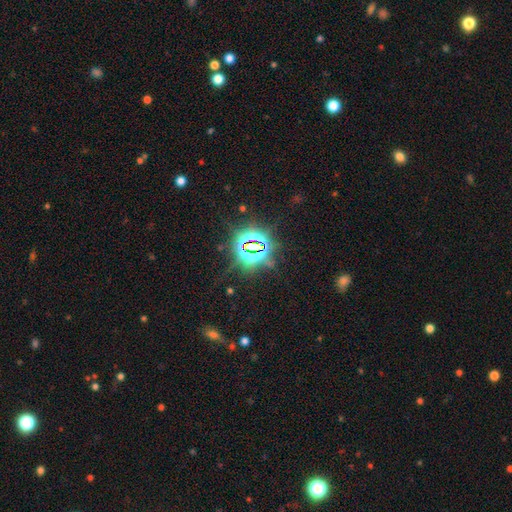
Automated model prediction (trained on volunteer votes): Morphology: type=star or artifact (84%).